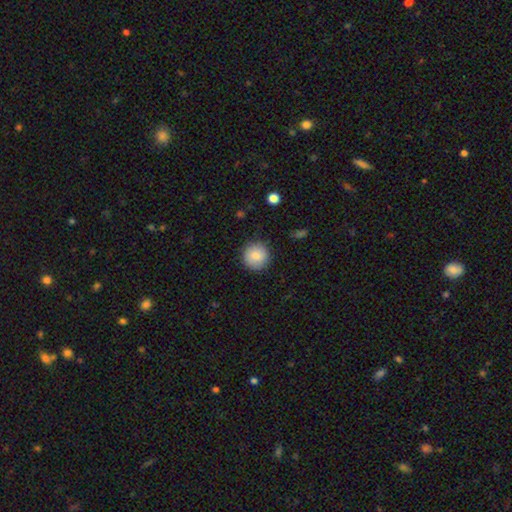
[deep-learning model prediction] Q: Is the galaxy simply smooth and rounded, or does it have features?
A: smooth — 83%.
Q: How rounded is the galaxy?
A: round — 95%.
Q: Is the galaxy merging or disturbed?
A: none — 89%.